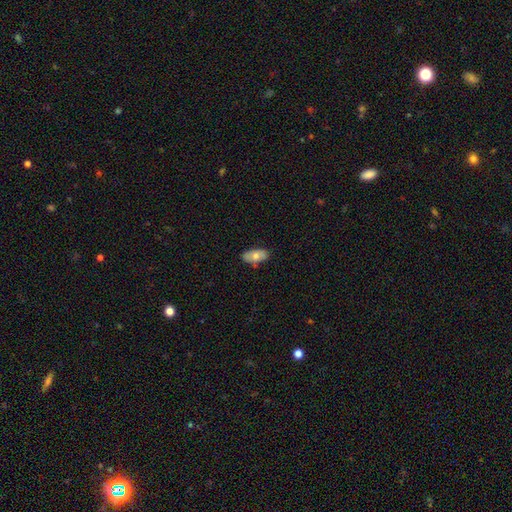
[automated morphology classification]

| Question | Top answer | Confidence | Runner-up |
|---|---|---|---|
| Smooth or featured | smooth | 66% | featured or disk (27%) |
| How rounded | in between | 91% | cigar-shaped (5%) |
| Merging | none | 81% | minor disturbance (15%) |